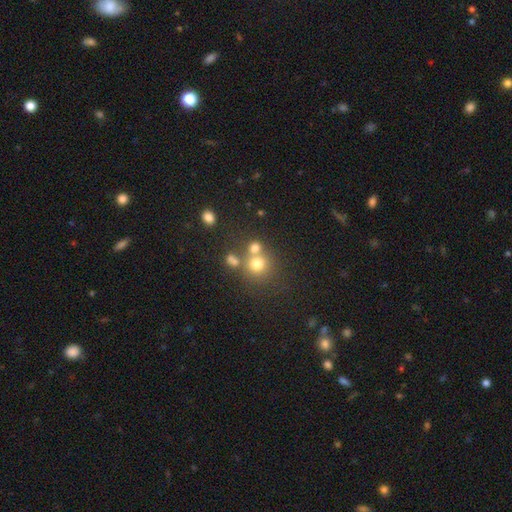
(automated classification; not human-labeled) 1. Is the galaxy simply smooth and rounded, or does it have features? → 64% smooth, 23% star or artifact, 13% featured or disk.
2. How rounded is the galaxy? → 87% round, 12% in between, 1% cigar-shaped.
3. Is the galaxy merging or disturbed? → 57% none, 32% merger, 8% minor disturbance, 4% major disturbance.